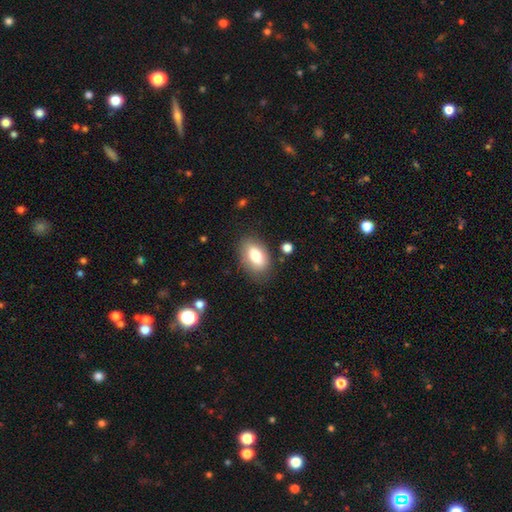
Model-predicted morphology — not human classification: smooth 78%, featured or disk 15%, star or artifact 7%. Down the decision tree: how rounded — in between (91%); merging — none (79%).